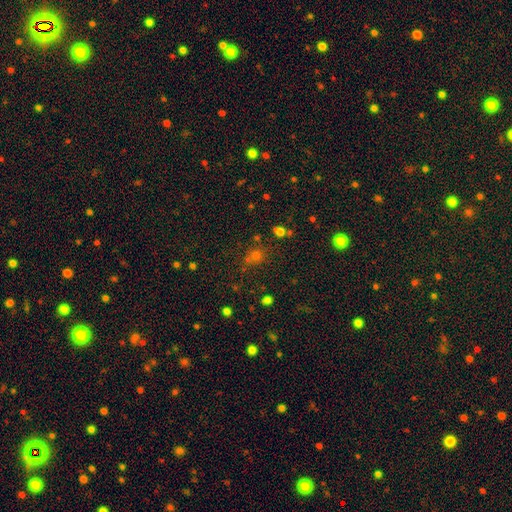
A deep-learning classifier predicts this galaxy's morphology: Overall: smooth (55%; star or artifact 37%). How rounded: round (80%). Merging: none (70%).